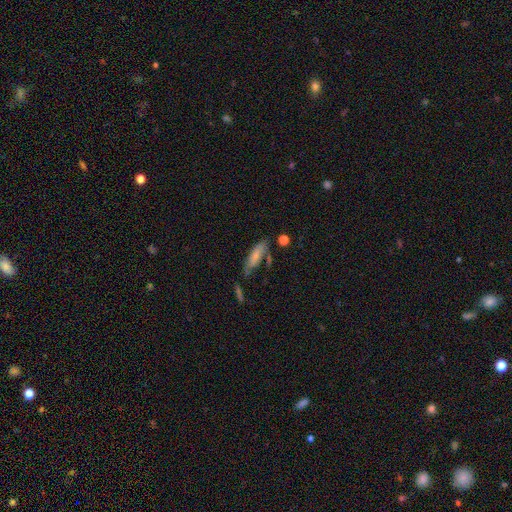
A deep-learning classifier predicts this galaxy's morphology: Overall: smooth (68%). How rounded: in between (56%; cigar-shaped 42%). Merging: none (51%; minor disturbance 26%).